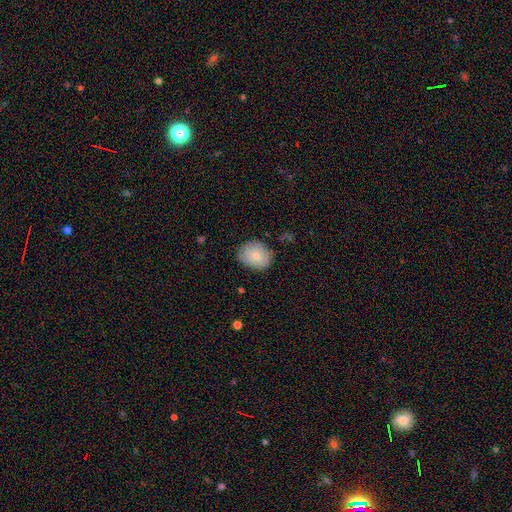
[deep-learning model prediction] smooth 81%, featured or disk 12%, star or artifact 7%. Down the decision tree: how rounded — round (52%); merging — none (77%).